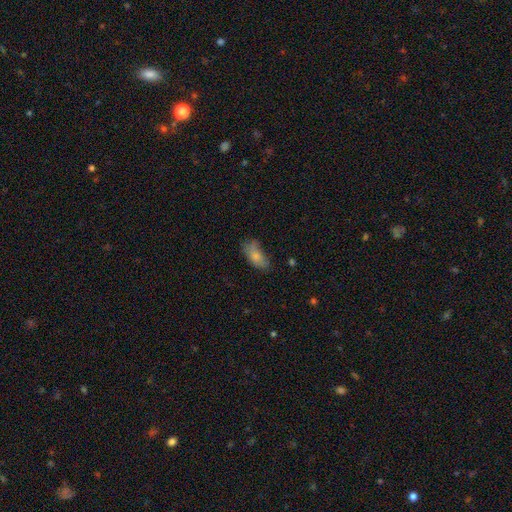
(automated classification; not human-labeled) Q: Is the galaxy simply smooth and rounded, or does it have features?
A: smooth — 76%.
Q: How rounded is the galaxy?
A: in between — 89%.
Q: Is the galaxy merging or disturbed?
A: none — 46%.